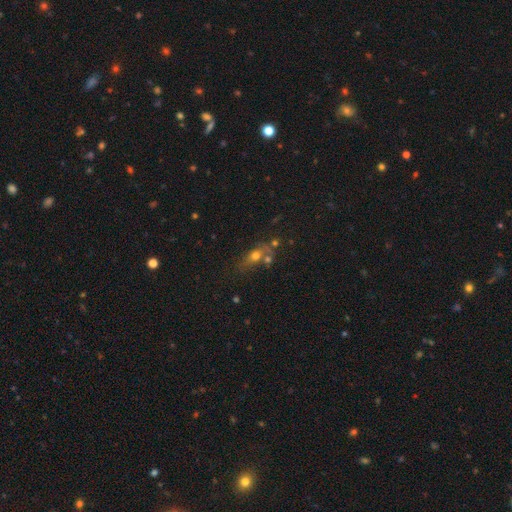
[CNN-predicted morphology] Q: Smooth or featured?
A: smooth (61%); runner-up: featured or disk (24%)
Q: How rounded?
A: in between (62%); runner-up: round (27%)
Q: Merging?
A: none (43%); runner-up: merger (30%)